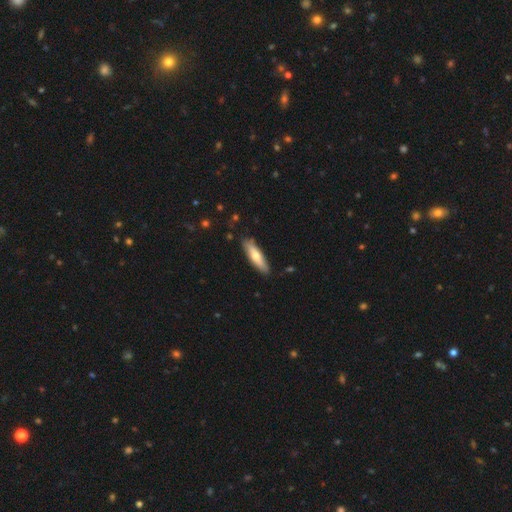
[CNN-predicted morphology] Smooth or featured? smooth (61%)
How rounded? cigar-shaped (67%)
Merging? none (86%)